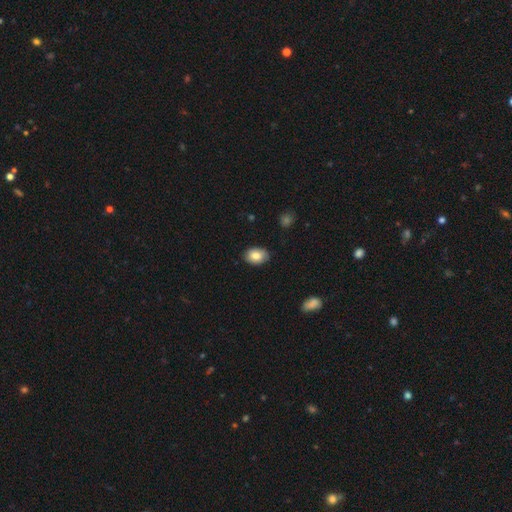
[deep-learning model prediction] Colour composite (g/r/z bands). It shows a smooth galaxy with no disk features (83%) that is in between round and cigar-shaped (79%). Merging: none (84%).